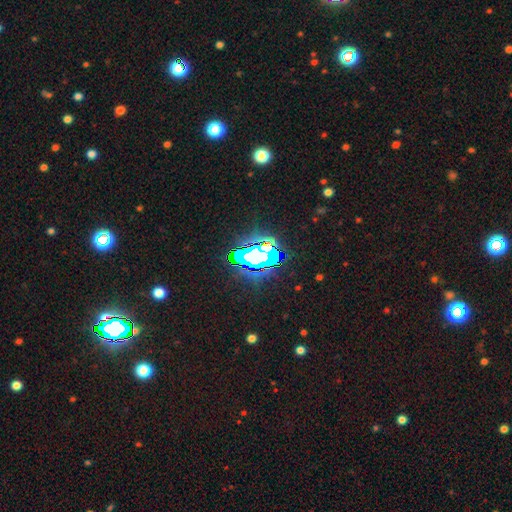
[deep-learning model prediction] Q: Smooth or featured?
A: star or artifact (63%); runner-up: smooth (20%)